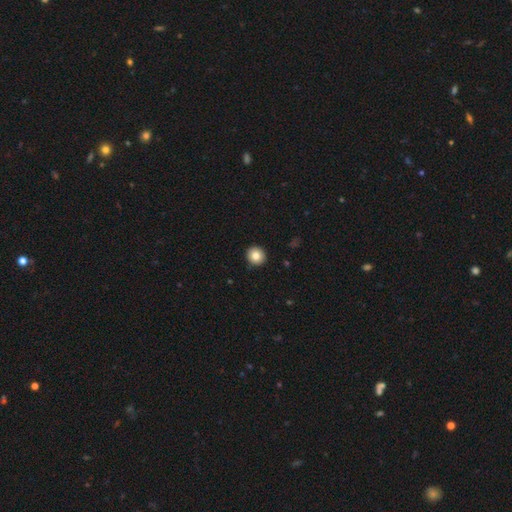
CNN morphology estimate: Q: Smooth or featured?
A: smooth (83%); runner-up: star or artifact (9%)
Q: How rounded?
A: round (93%); runner-up: in between (6%)
Q: Merging?
A: none (93%); runner-up: minor disturbance (5%)